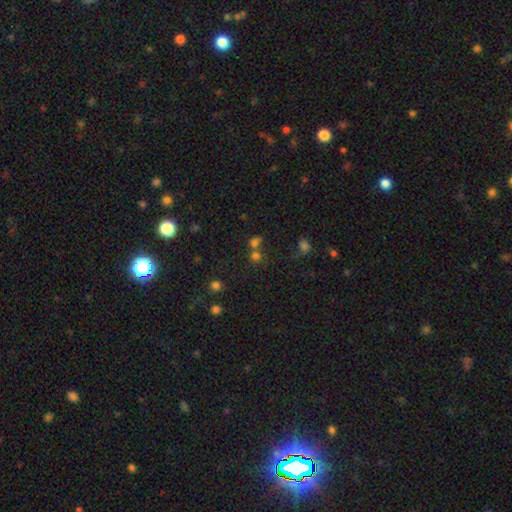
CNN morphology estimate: A smooth galaxy with no disk features (66%) that is round (83%).

Vote fractions:
- Smooth or featured? smooth: 66% / star or artifact: 26% / featured or disk: 9%
- How rounded? round: 83% / in between: 16% / cigar-shaped: 1%
- Merging? none: 51% / merger: 35% / minor disturbance: 9% / major disturbance: 5%